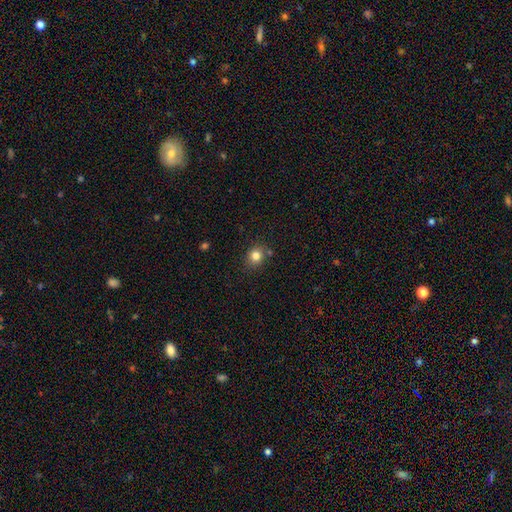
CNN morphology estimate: This appears to be a smooth galaxy with no disk features (81%) that is round (74%). Merging: none (79%).